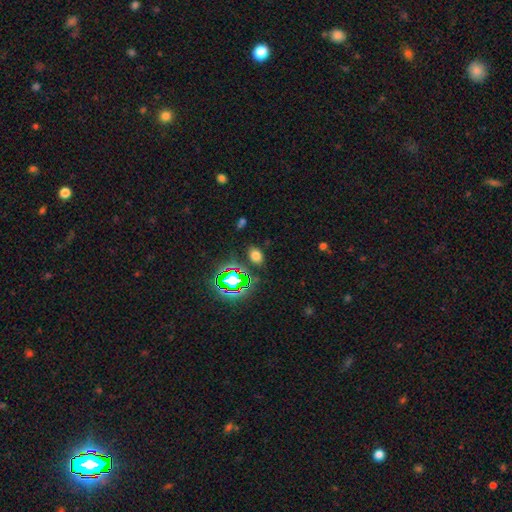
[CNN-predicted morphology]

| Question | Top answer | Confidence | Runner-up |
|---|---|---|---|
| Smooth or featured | smooth | 65% | star or artifact (27%) |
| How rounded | in between | 78% | round (20%) |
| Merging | none | 83% | minor disturbance (10%) |